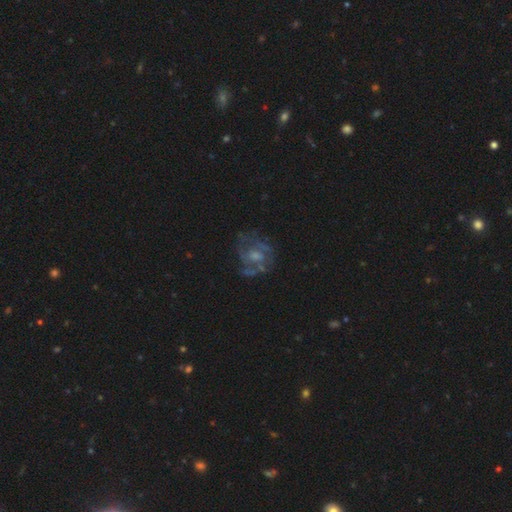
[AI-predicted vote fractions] Smooth or featured: featured or disk — 72% (smooth — 18%)
Edge-on disk: no — 98% (yes — 2%)
Bar: no — 69% (weak — 27%)
Spiral arms: yes — 68% (no — 32%)
Bulge size: moderate — 42% (small — 31%)
Merging: none — 56% (major disturbance — 20%)